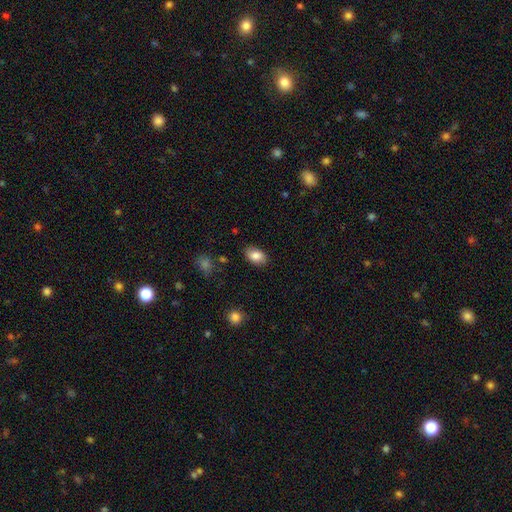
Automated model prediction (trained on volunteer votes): smooth 85%, featured or disk 8%, star or artifact 7%. Down the decision tree: how rounded — in between (89%); merging — none (86%).